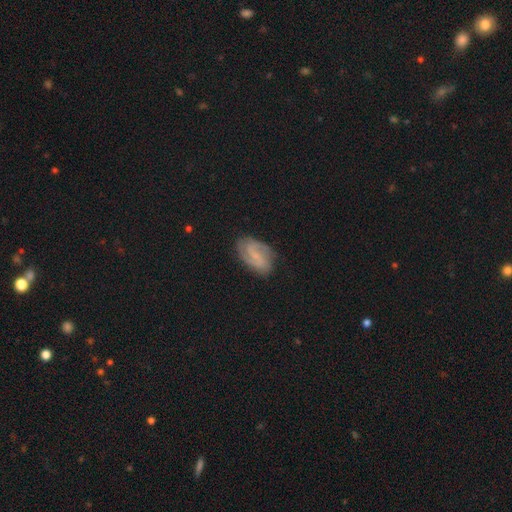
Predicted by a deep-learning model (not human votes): Smooth or featured? featured or disk (74%)
Edge-on disk? no (97%)
Bar? weak (52%)
Spiral arms? yes (93%)
Spiral winding? medium (46%)
Spiral arm count? 2 (76%)
Bulge size? small (52%)
Merging? none (76%)